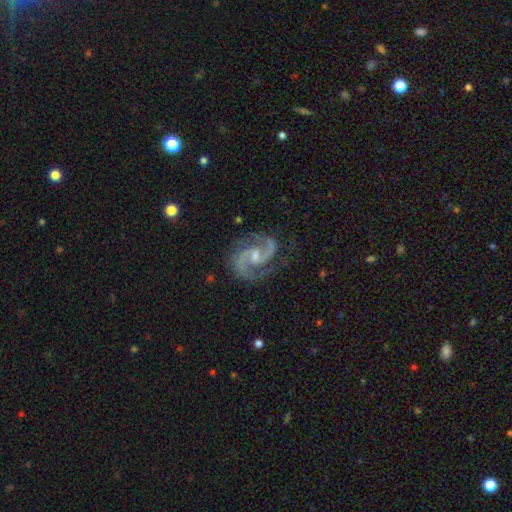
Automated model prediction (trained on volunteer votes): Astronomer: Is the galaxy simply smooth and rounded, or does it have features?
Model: featured or disk — 93%.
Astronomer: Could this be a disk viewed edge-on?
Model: no — 98%.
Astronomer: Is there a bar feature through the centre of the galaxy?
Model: weak — 50% (runner-up: no, 36%).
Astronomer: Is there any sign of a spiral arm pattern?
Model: yes — 99%.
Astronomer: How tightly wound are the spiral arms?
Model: medium — 67%.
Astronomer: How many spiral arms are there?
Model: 2 — 94%.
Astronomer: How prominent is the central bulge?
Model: small — 58% (runner-up: moderate, 33%).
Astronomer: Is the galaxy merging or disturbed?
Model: none — 78%.